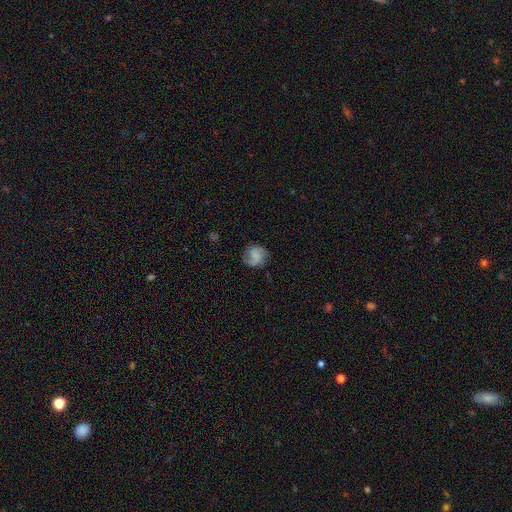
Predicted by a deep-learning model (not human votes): A featured or disk galaxy (52%) with no bar (55%), spiral arms (93%) and no central bulge (50%).

Vote fractions:
- Smooth or featured? featured or disk: 52% / smooth: 39% / star or artifact: 9%
- Edge-on disk? no: 98% / yes: 2%
- Bar? no: 55% / weak: 36% / strong: 8%
- Spiral arms? yes: 93% / no: 7%
- Bulge size? none: 50% / small: 27% / moderate: 15% / large: 6% / dominant: 2%
- Merging? none: 78% / minor disturbance: 15% / major disturbance: 6% / merger: 1%